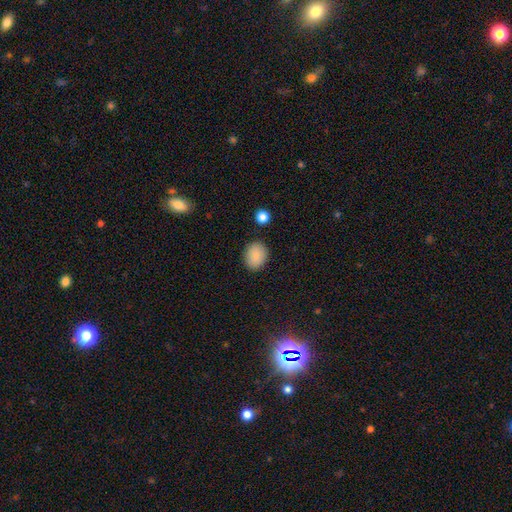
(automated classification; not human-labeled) Smooth or featured? smooth (86%)
How rounded? in between (57%)
Merging? none (87%)